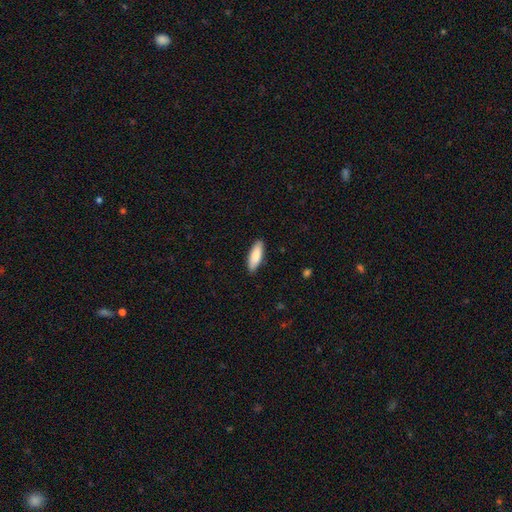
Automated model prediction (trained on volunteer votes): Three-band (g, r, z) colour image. It shows a smooth galaxy with no disk features (85%) that is in between round and cigar-shaped (57%). Merging: none (88%).